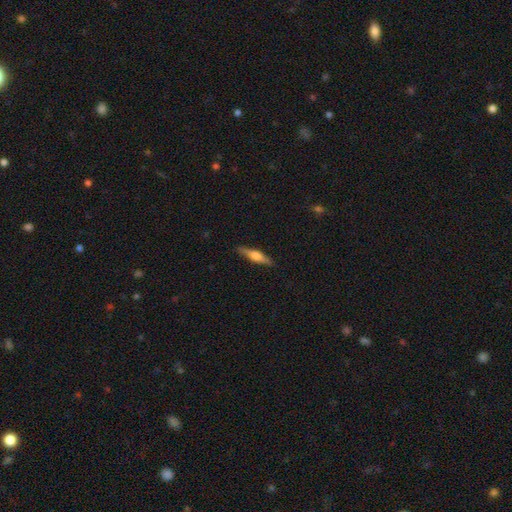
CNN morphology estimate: type=featured or disk (58%); edge-on=yes (96%); edge-on bulge=rounded (85%); merging=none (89%).